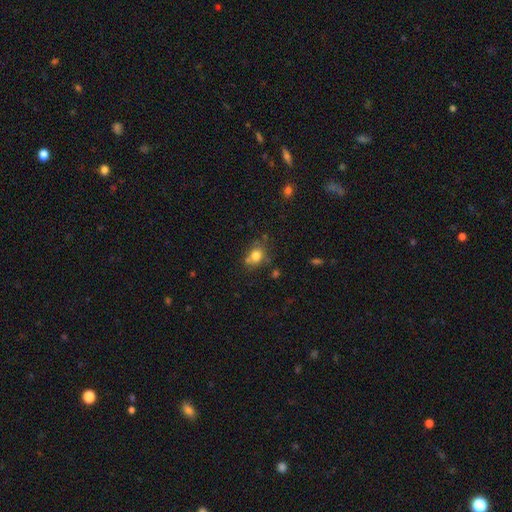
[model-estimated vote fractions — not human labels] This is likely a smooth galaxy (77%). How rounded: possibly round (52%). Merging: possibly none (60%).